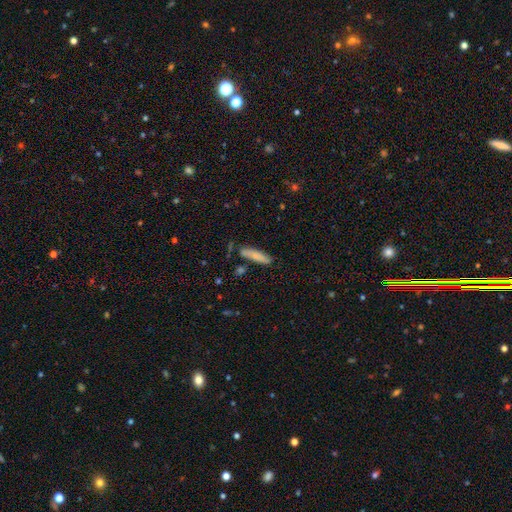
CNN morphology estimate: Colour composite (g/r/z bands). It shows a smooth galaxy with no disk features (77%) that is cigar-shaped (78%). Merging: none (74%).